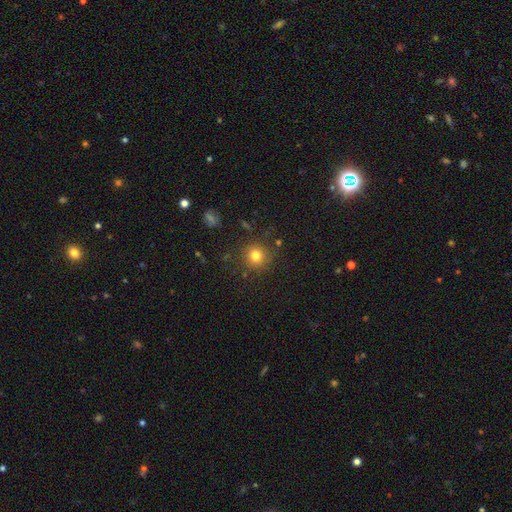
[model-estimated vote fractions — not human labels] This appears to be a smooth galaxy with no disk features (79%) that is round (92%). Merging: none (86%).